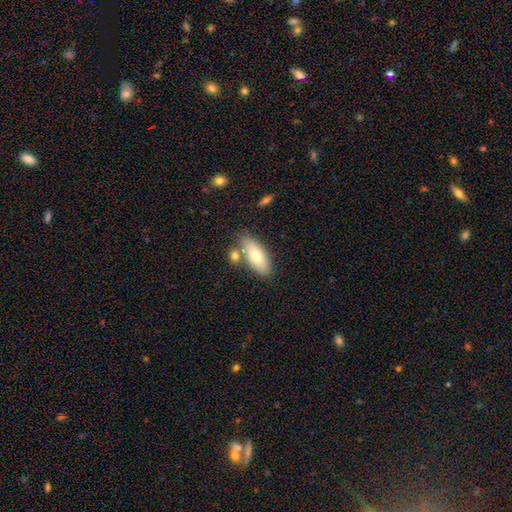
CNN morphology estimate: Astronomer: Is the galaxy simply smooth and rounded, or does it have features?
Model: smooth — 69%.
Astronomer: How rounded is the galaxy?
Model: in between — 78%.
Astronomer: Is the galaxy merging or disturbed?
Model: none — 73%.